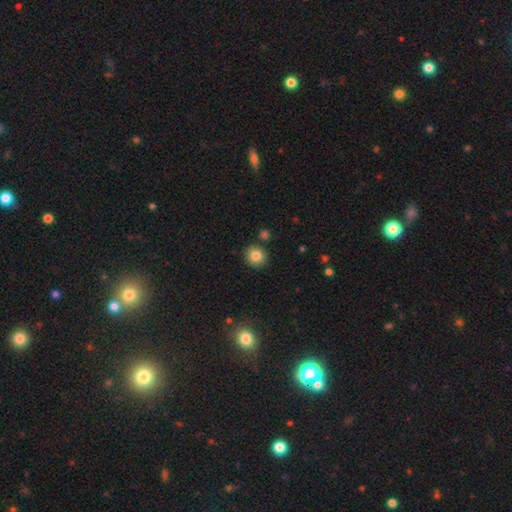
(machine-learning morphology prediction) smooth-or-featured: smooth: 83% | star or artifact: 10% | featured or disk: 6%
  how-rounded: round: 90% | in between: 9% | cigar-shaped: 1%
  merging: none: 86% | minor disturbance: 7% | merger: 5% | major disturbance: 2%